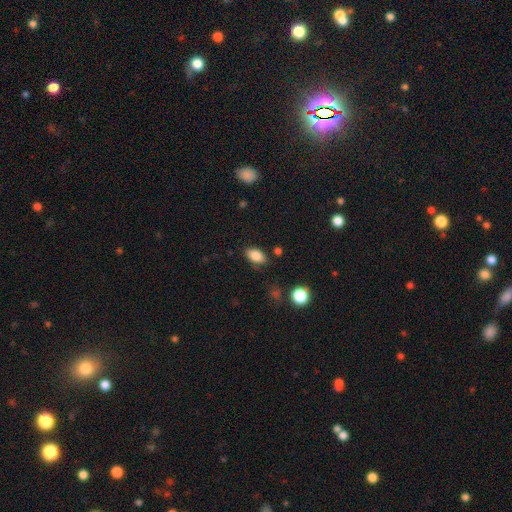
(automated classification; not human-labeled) smooth-or-featured: smooth: 85% | star or artifact: 9% | featured or disk: 6%
  how-rounded: in between: 90% | round: 8% | cigar-shaped: 2%
  merging: none: 80% | minor disturbance: 14% | major disturbance: 3% | merger: 2%